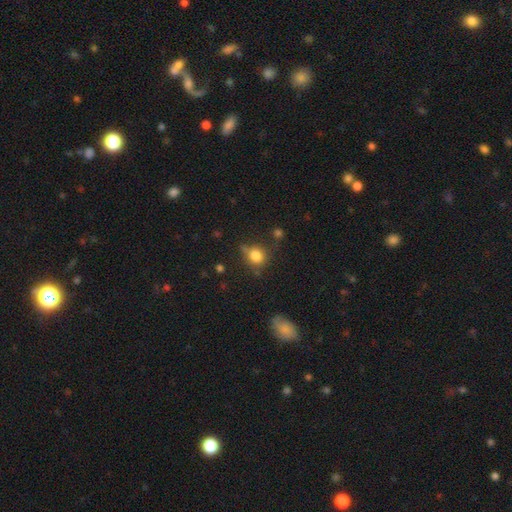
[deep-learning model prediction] Smooth or featured?
  - smooth: 80% *
  - star or artifact: 12%
  - featured or disk: 8%
How rounded?
  - round: 77% *
  - in between: 22%
  - cigar-shaped: 1%
Merging?
  - none: 63% *
  - minor disturbance: 21%
  - merger: 9%
  - major disturbance: 7%